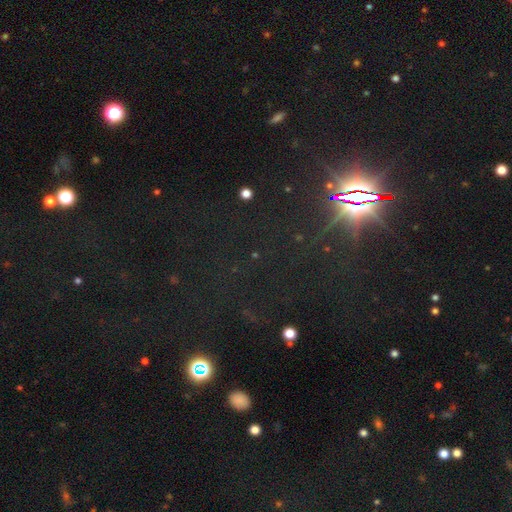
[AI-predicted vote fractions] This is likely a star or artifact rather than a galaxy (80%).